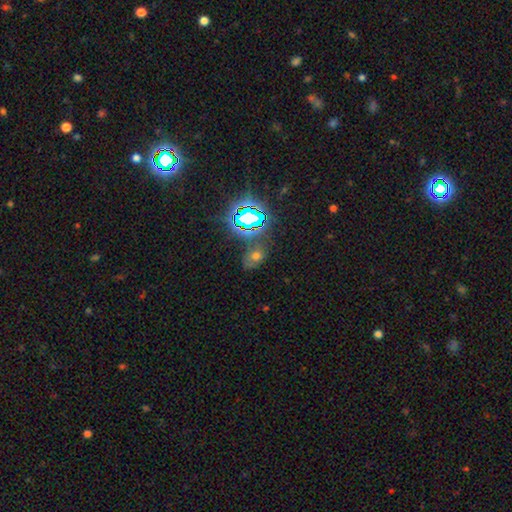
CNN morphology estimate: Overall: smooth (45%; star or artifact 41%). Merging: none (62%).